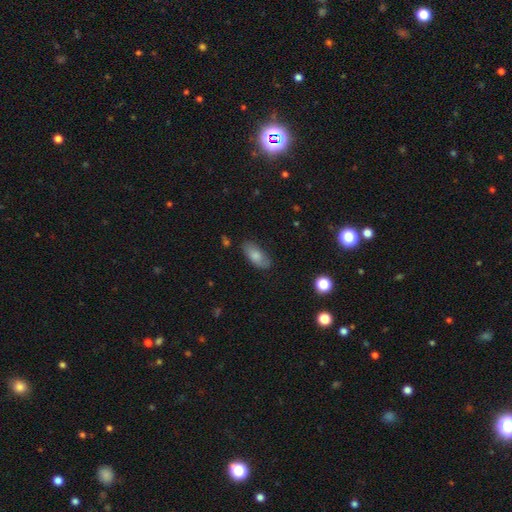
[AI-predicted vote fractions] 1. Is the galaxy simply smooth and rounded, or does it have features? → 78% smooth, 15% featured or disk, 7% star or artifact.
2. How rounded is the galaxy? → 87% in between, 10% cigar-shaped, 3% round.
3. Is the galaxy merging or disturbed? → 75% none, 19% minor disturbance, 4% major disturbance, 2% merger.